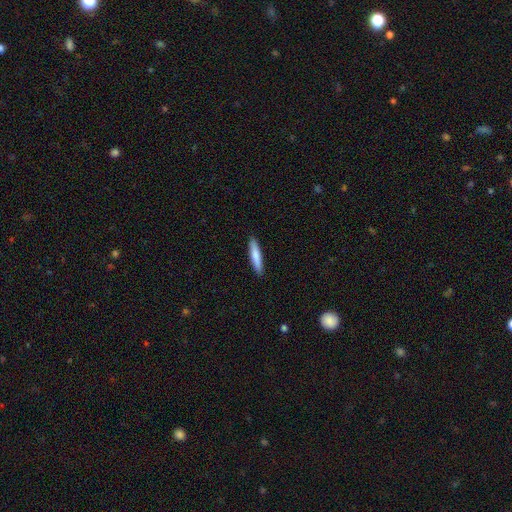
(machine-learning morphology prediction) smooth-or-featured: smooth: 78% | featured or disk: 16% | star or artifact: 5%
  how-rounded: cigar-shaped: 88% | in between: 11% | round: 1%
  merging: none: 91% | minor disturbance: 6% | major disturbance: 1% | merger: 1%